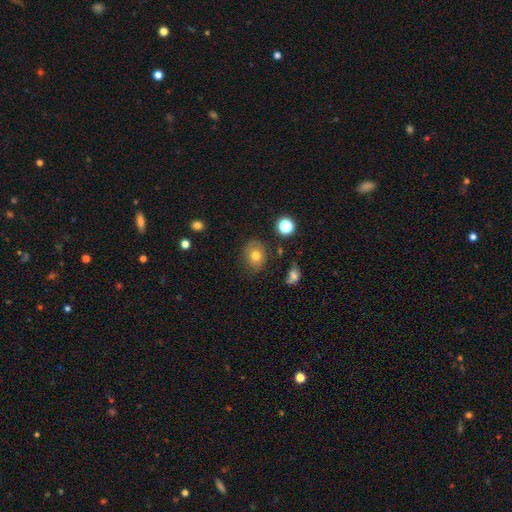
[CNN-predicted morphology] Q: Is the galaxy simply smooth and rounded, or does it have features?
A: smooth — 73%.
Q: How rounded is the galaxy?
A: round — 57%.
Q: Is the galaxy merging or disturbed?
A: none — 75%.